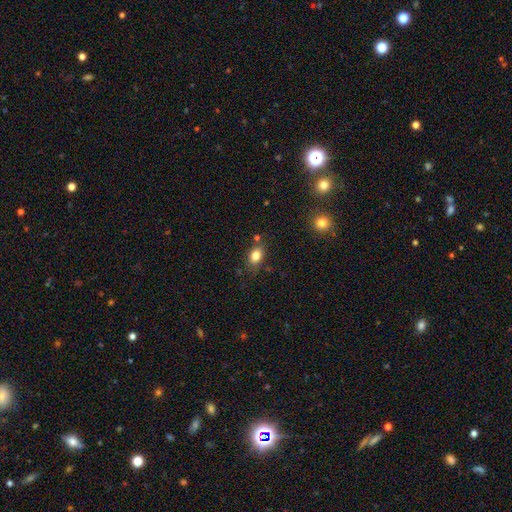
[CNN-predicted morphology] Smooth or featured?
  - smooth: 82% *
  - star or artifact: 10%
  - featured or disk: 8%
How rounded?
  - in between: 76% *
  - round: 22%
  - cigar-shaped: 2%
Merging?
  - none: 74% *
  - minor disturbance: 16%
  - merger: 6%
  - major disturbance: 4%